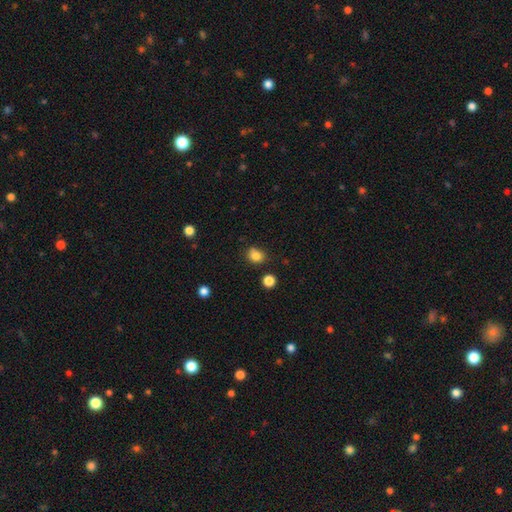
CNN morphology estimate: smooth-or-featured: smooth: 83% | star or artifact: 12% | featured or disk: 5%
  how-rounded: round: 65% | in between: 34% | cigar-shaped: 1%
  merging: none: 72% | minor disturbance: 18% | merger: 6% | major disturbance: 4%